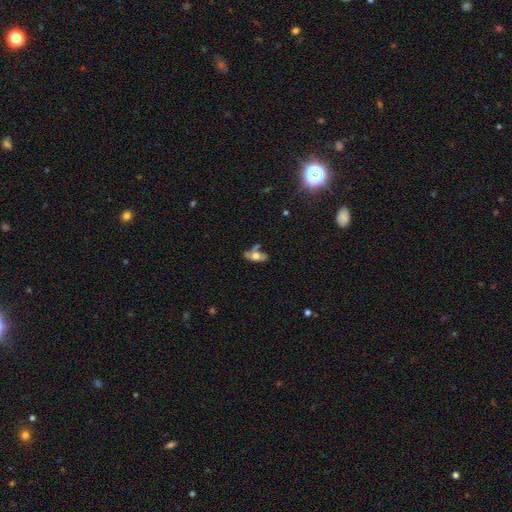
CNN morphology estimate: type=smooth (51%); roundness=in between (82%); merging=none (43%).